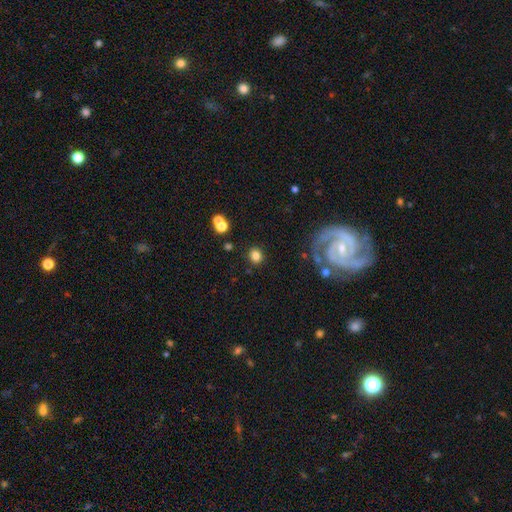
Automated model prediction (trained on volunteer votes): A smooth galaxy with no disk features (81%) that is round (82%).

Vote fractions:
- Smooth or featured? smooth: 81% / star or artifact: 12% / featured or disk: 7%
- How rounded? round: 82% / in between: 17% / cigar-shaped: 1%
- Merging? none: 85% / minor disturbance: 8% / merger: 4% / major disturbance: 3%